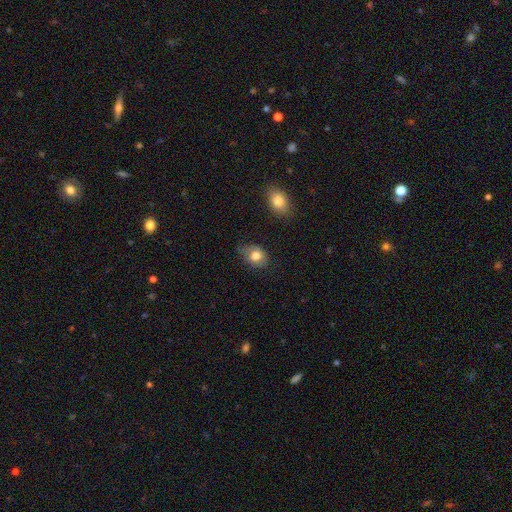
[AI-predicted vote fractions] A smooth galaxy with no disk features (81%) that is in between round and cigar-shaped (58%).

Vote fractions:
- Smooth or featured? smooth: 81% / featured or disk: 11% / star or artifact: 9%
- How rounded? in between: 58% / round: 41% / cigar-shaped: 1%
- Merging? none: 64% / minor disturbance: 28% / major disturbance: 6% / merger: 2%